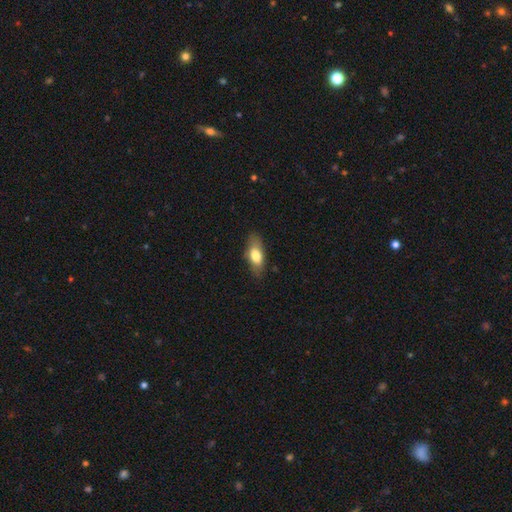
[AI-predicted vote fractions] This is likely a smooth galaxy (72%). How rounded: likely in between (78%). Merging: clearly none (80%).